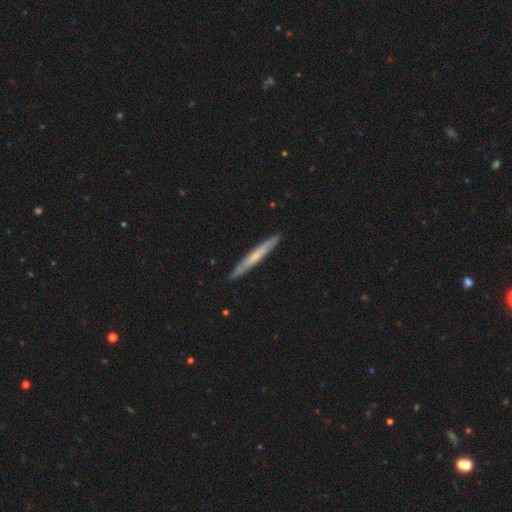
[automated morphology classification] smooth 48%, featured or disk 47%, star or artifact 5%. Down the decision tree: merging — none (91%).